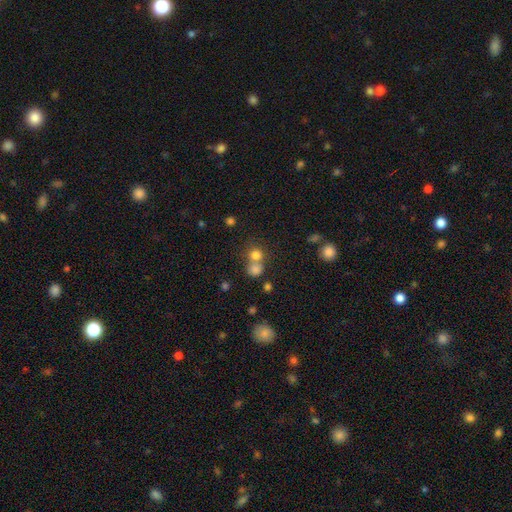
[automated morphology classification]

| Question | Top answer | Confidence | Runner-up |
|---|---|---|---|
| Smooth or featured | smooth | 77% | star or artifact (14%) |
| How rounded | round | 85% | in between (14%) |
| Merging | none | 46% | merger (44%) |